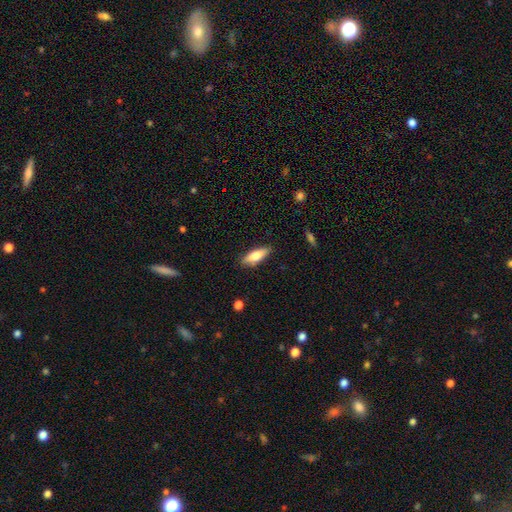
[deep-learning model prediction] smooth-or-featured: smooth: 70% | featured or disk: 24% | star or artifact: 6%
  how-rounded: in between: 56% | cigar-shaped: 42% | round: 2%
  merging: none: 85% | minor disturbance: 11% | major disturbance: 2% | merger: 1%